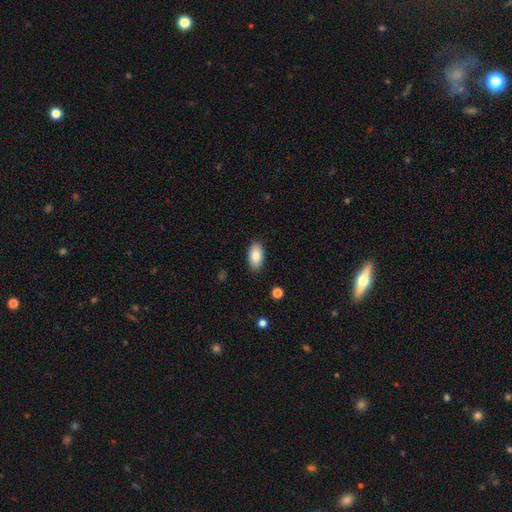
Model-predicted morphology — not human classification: A smooth galaxy with no disk features (84%) that is in between round and cigar-shaped (93%).

Vote fractions:
- Smooth or featured? smooth: 84% / featured or disk: 9% / star or artifact: 7%
- How rounded? in between: 93% / cigar-shaped: 4% / round: 3%
- Merging? none: 88% / minor disturbance: 9% / major disturbance: 2% / merger: 1%